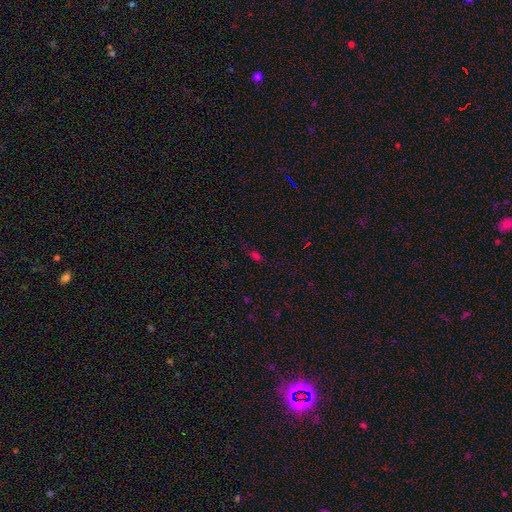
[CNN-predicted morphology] smooth_or_featured: smooth (p=0.63) [alt: star or artifact p=0.30]
how_rounded: in between (p=0.84) [alt: round p=0.10]
merging: none (p=0.76) [alt: minor disturbance p=0.16]